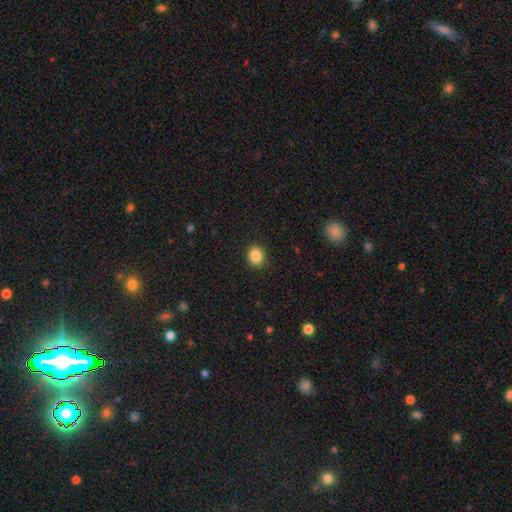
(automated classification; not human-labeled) Smooth or featured?
  - smooth: 87% *
  - star or artifact: 9%
  - featured or disk: 4%
How rounded?
  - round: 64% *
  - in between: 36%
  - cigar-shaped: 1%
Merging?
  - none: 90% *
  - minor disturbance: 7%
  - major disturbance: 2%
  - merger: 1%